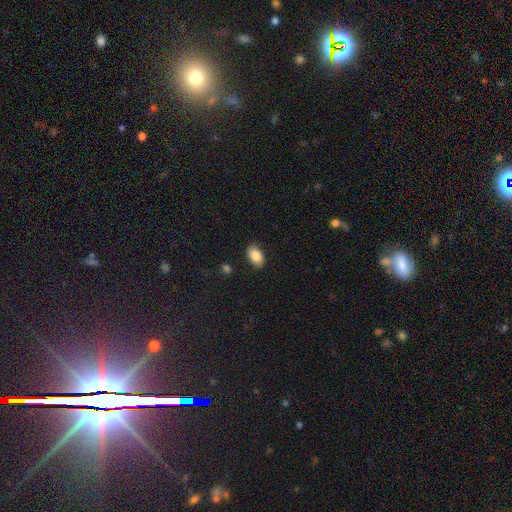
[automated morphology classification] Smooth or featured?
  - smooth: 87% *
  - star or artifact: 7%
  - featured or disk: 5%
How rounded?
  - in between: 90% *
  - round: 8%
  - cigar-shaped: 1%
Merging?
  - none: 84% *
  - minor disturbance: 12%
  - major disturbance: 3%
  - merger: 1%